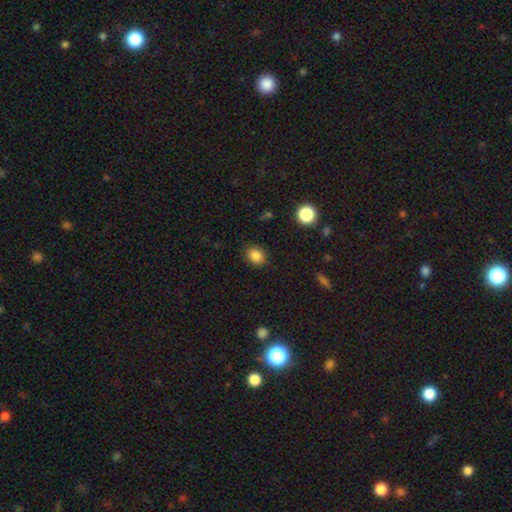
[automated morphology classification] Smooth or featured: smooth — 84% (star or artifact — 12%)
How rounded: round — 62% (in between — 37%)
Merging: none — 86% (minor disturbance — 10%)